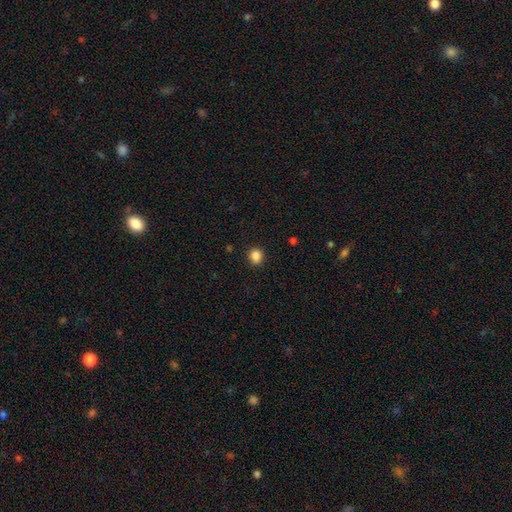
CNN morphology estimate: A smooth galaxy with no disk features (86%) that is round (75%). Merging: none (89%).